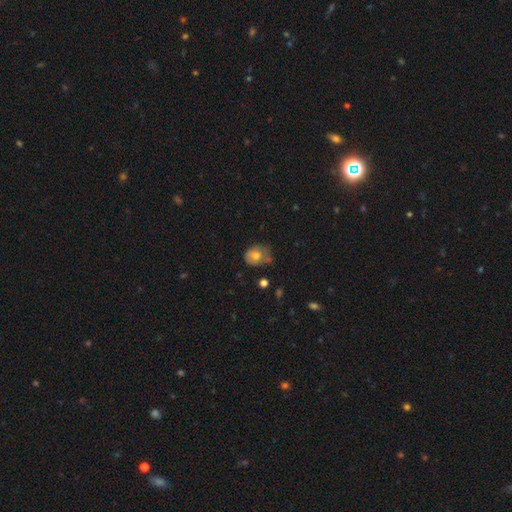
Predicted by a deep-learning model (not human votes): This is likely a smooth galaxy (70%). How rounded: possibly round (57%). Merging: possibly none (50%).